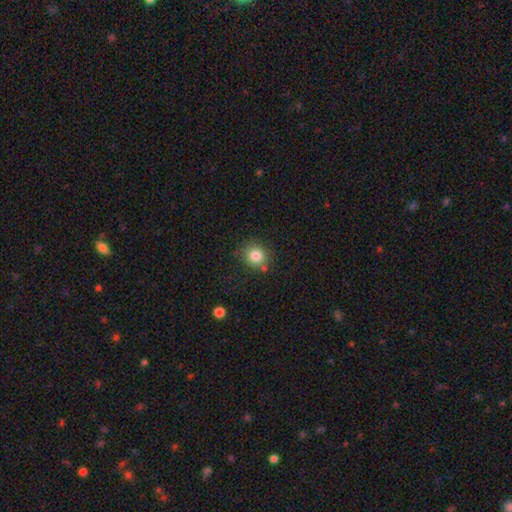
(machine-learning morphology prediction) smooth_or_featured: smooth (p=0.82) [alt: star or artifact p=0.11]
how_rounded: round (p=0.88) [alt: in between p=0.11]
merging: none (p=0.79) [alt: minor disturbance p=0.11]